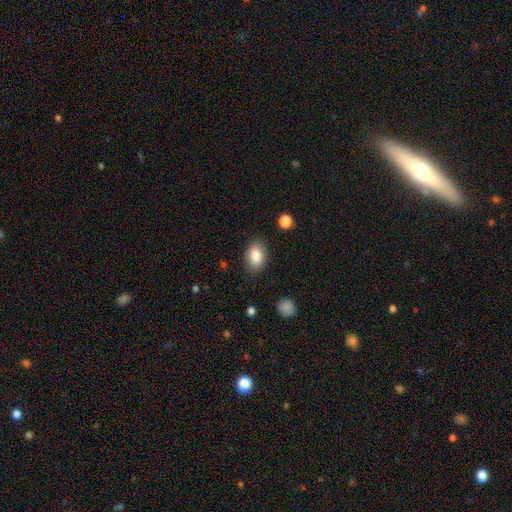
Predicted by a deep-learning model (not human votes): This is clearly a smooth galaxy (84%). How rounded: clearly in between (87%). Merging: clearly none (85%).